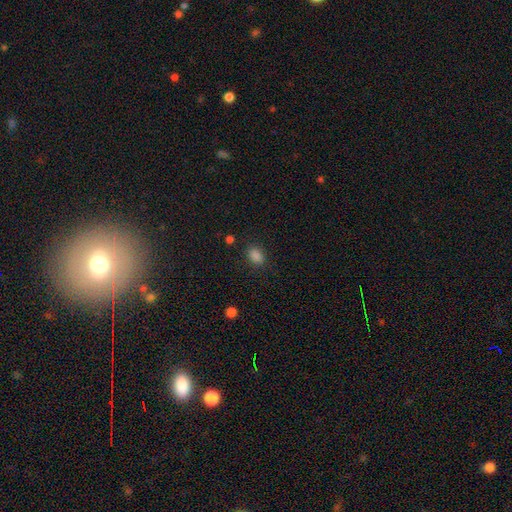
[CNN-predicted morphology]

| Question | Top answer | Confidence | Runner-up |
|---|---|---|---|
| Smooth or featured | smooth | 85% | star or artifact (12%) |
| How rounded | in between | 78% | round (21%) |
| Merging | none | 84% | minor disturbance (11%) |